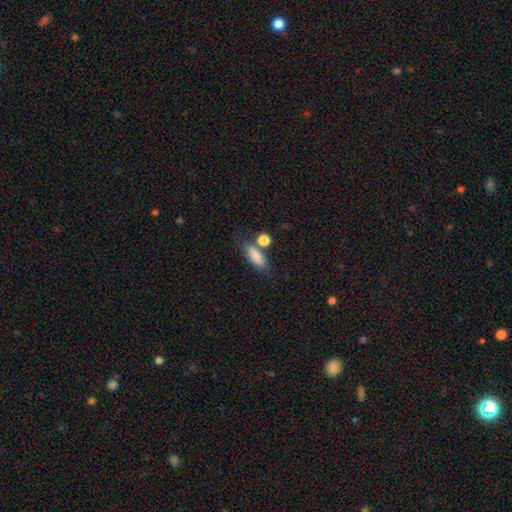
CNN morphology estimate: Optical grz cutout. It shows a smooth galaxy with no disk features (85%) that is in between round and cigar-shaped (70%). Merging: none (63%).